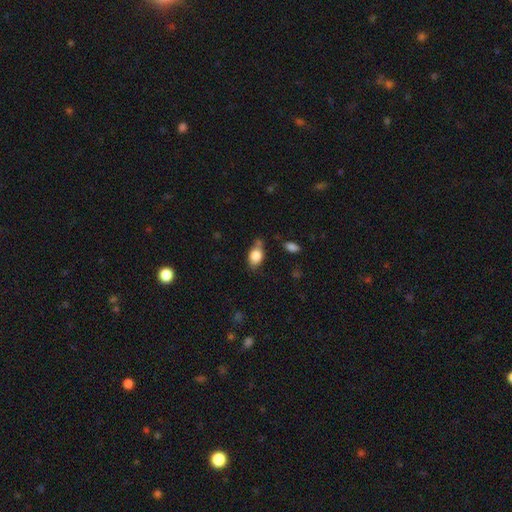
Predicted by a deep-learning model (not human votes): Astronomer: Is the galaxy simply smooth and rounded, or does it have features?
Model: smooth — 82%.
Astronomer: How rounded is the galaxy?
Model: in between — 83%.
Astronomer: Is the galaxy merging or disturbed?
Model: none — 62%.